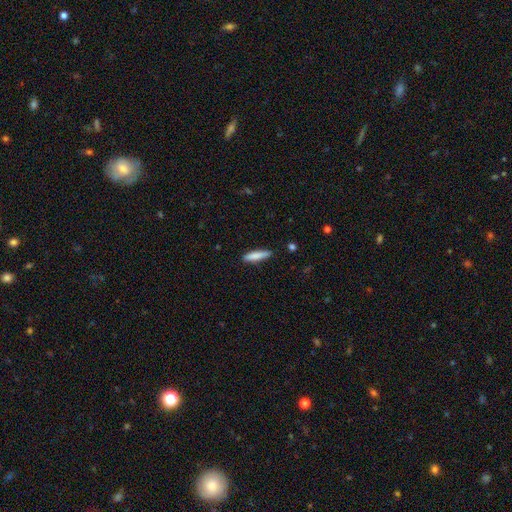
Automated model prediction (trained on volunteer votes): A smooth galaxy with no disk features (82%) that is cigar-shaped (82%). Merging: none (86%).